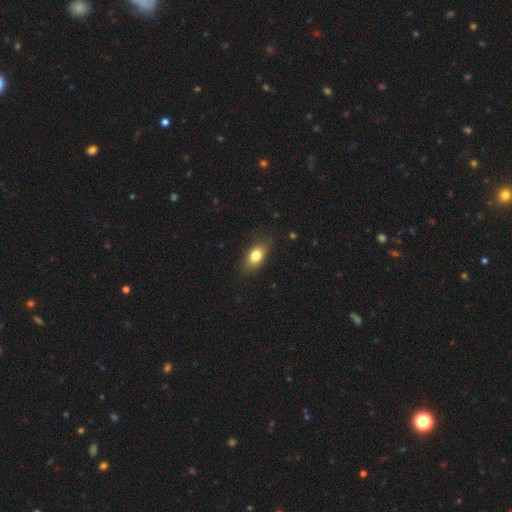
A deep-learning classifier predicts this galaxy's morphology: smooth 79%, featured or disk 13%, star or artifact 8%. Down the decision tree: how rounded — in between (85%); merging — none (80%).